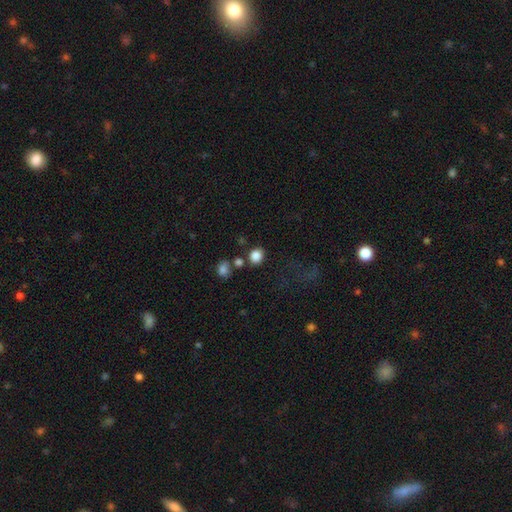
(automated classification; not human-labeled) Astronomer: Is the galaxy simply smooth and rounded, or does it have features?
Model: smooth — 85%.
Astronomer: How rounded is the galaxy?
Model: round — 74%.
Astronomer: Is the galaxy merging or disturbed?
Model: none — 74%.